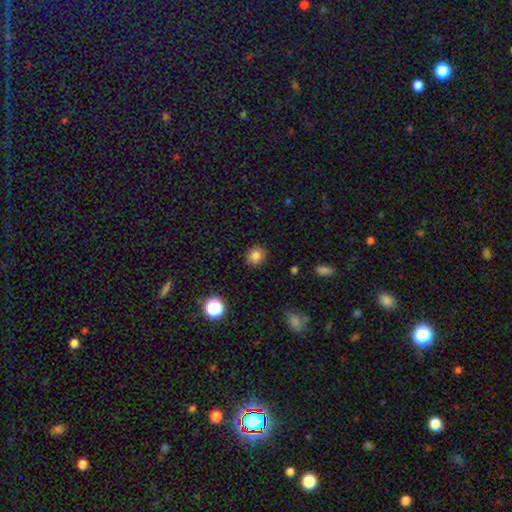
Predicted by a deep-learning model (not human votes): Smooth or featured? smooth (82%)
How rounded? round (78%)
Merging? none (87%)